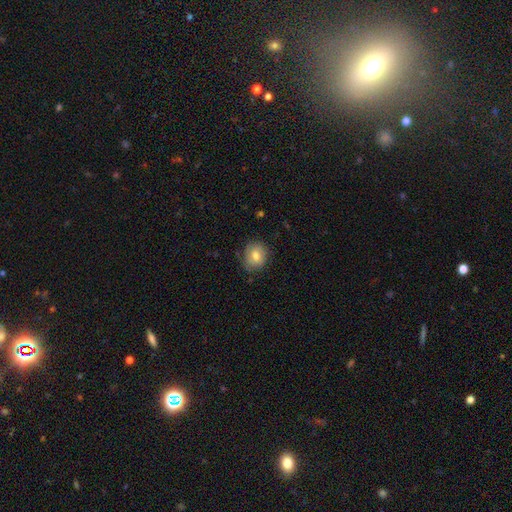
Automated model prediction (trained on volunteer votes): A smooth galaxy with no disk features (73%) that is round (70%).

Vote fractions:
- Smooth or featured? smooth: 73% / featured or disk: 18% / star or artifact: 8%
- How rounded? round: 70% / in between: 29% / cigar-shaped: 1%
- Merging? none: 75% / minor disturbance: 20% / major disturbance: 5% / merger: 1%